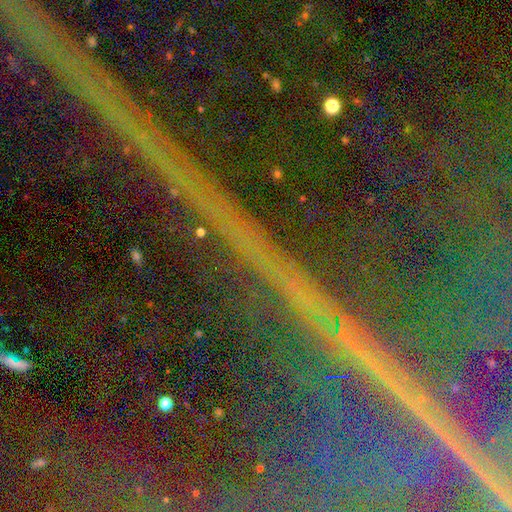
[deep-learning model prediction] A star or artifact, not a galaxy (88%).

Vote fractions:
- Smooth or featured? star or artifact: 88% / featured or disk: 7% / smooth: 5%